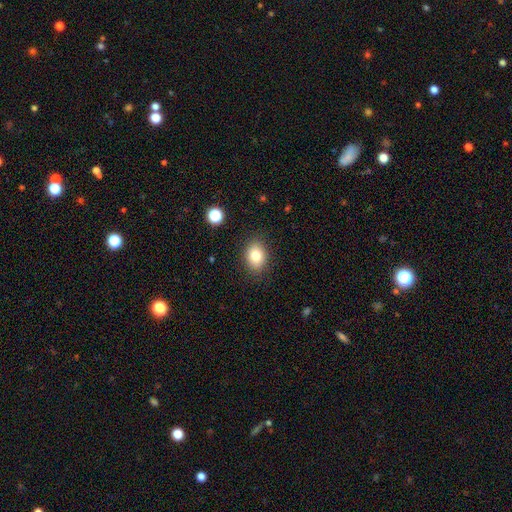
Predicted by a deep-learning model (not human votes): Smooth or featured?
  - smooth: 81% *
  - star or artifact: 10%
  - featured or disk: 9%
How rounded?
  - in between: 68% *
  - round: 31%
  - cigar-shaped: 1%
Merging?
  - none: 86% *
  - minor disturbance: 10%
  - major disturbance: 3%
  - merger: 1%